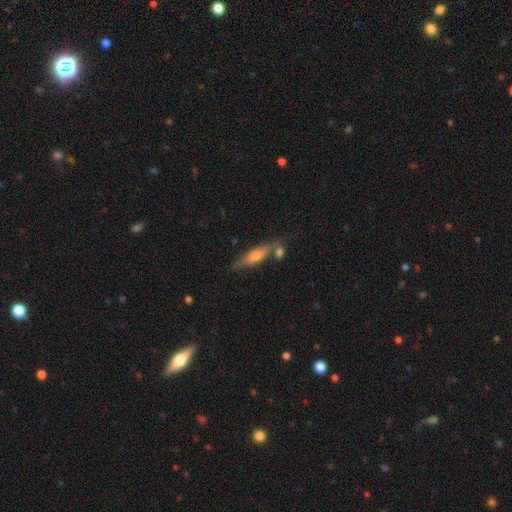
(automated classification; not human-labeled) smooth_or_featured: featured or disk (p=0.51) [alt: smooth p=0.41]
disk_edge_on: yes (p=0.86) [alt: no p=0.14]
merging: none (p=0.70) [alt: minor disturbance p=0.14]